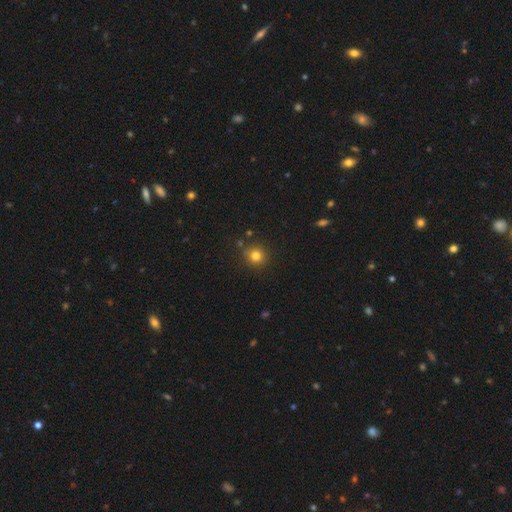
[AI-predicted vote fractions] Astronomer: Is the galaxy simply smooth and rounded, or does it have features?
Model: smooth — 80%.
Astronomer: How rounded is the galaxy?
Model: round — 91%.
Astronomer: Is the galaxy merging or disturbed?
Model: none — 84%.